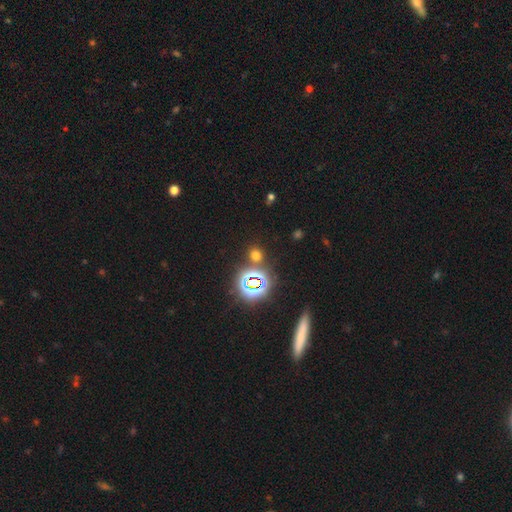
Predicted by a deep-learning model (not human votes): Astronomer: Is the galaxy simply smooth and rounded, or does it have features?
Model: smooth — 56% (runner-up: star or artifact, 38%).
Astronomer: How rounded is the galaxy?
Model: round — 82%.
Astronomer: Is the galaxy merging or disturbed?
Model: none — 81%.